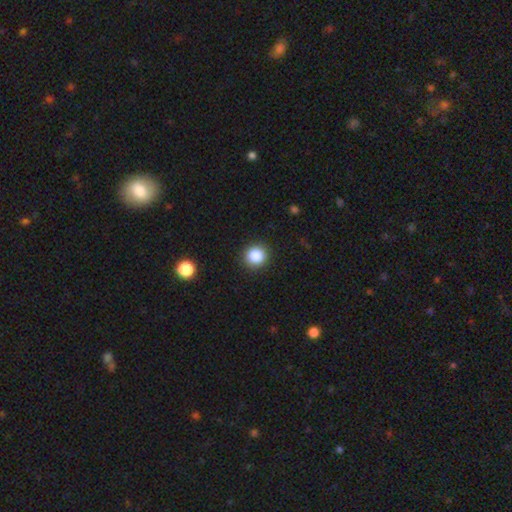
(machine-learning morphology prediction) Smooth or featured: smooth — 86% (star or artifact — 10%)
How rounded: round — 93% (in between — 6%)
Merging: none — 91% (minor disturbance — 6%)